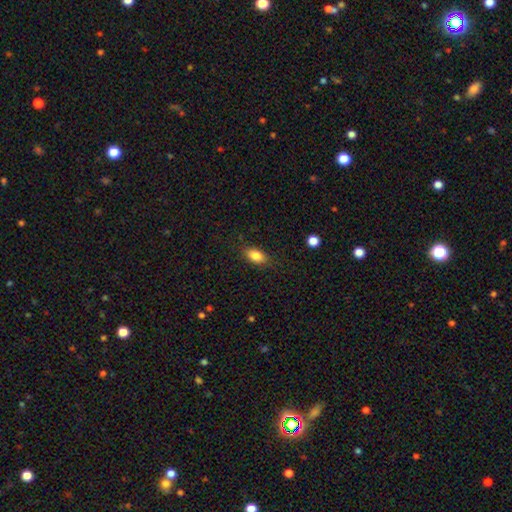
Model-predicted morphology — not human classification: Smooth or featured?
  - smooth: 84% *
  - star or artifact: 8%
  - featured or disk: 7%
How rounded?
  - in between: 87% *
  - round: 7%
  - cigar-shaped: 5%
Merging?
  - none: 84% *
  - minor disturbance: 12%
  - major disturbance: 3%
  - merger: 1%